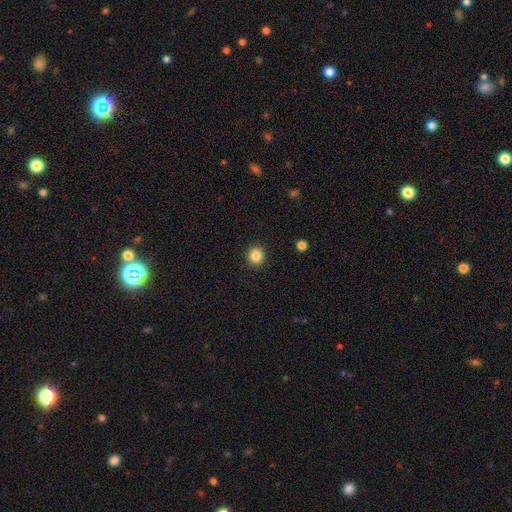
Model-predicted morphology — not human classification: smooth-or-featured: smooth: 85% | star or artifact: 11% | featured or disk: 4%
  how-rounded: round: 90% | in between: 9% | cigar-shaped: 1%
  merging: none: 92% | minor disturbance: 5% | major disturbance: 2% | merger: 1%